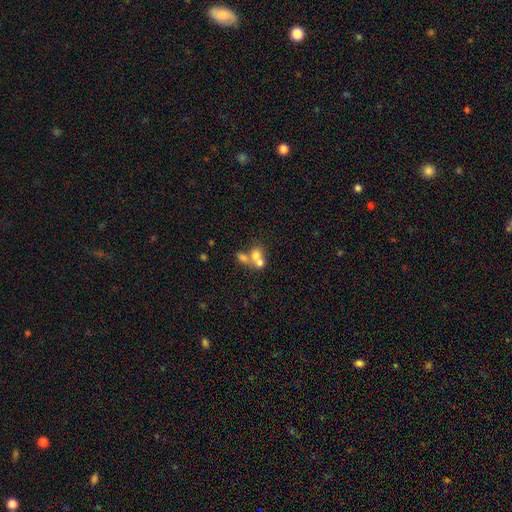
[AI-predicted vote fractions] Q: Smooth or featured?
A: smooth (63%); runner-up: featured or disk (24%)
Q: How rounded?
A: round (63%); runner-up: in between (35%)
Q: Merging?
A: merger (68%); runner-up: none (23%)